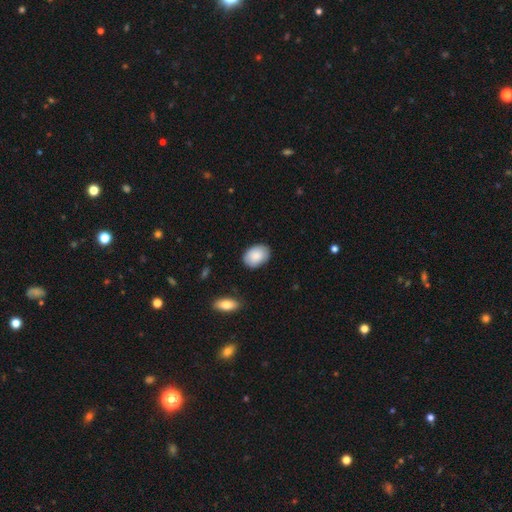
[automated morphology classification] Smooth or featured? Predicted: smooth (p=0.87). How rounded? Predicted: in between (p=0.81). Merging? Predicted: none (p=0.84).